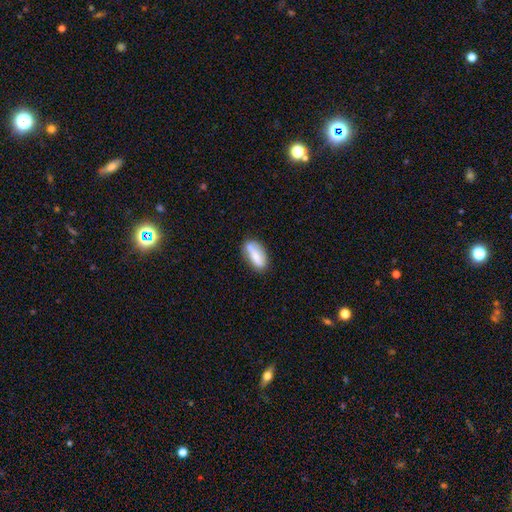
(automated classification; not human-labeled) Smooth or featured? Predicted: smooth (p=0.65). How rounded? Predicted: in between (p=0.77). Merging? Predicted: none (p=0.67).